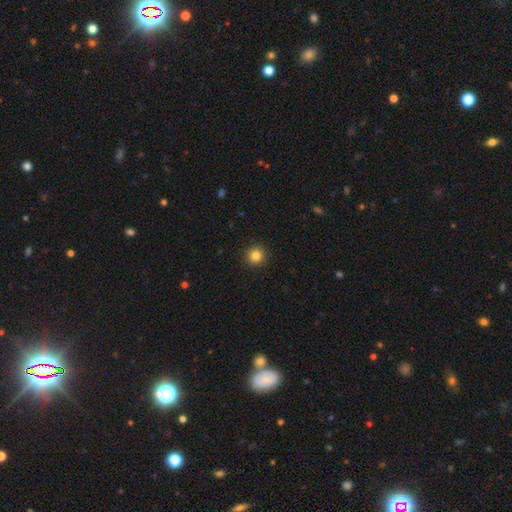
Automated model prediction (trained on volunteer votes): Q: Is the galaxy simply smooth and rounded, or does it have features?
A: smooth — 85%.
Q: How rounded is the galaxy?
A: round — 95%.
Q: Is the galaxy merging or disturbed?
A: none — 92%.